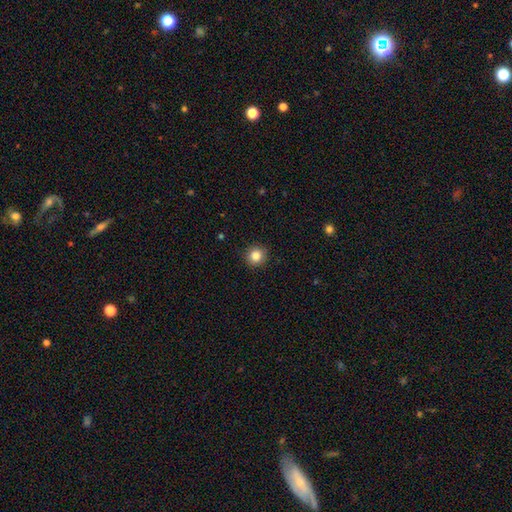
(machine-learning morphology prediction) smooth 83%, star or artifact 11%, featured or disk 6%. Down the decision tree: how rounded — round (93%); merging — none (92%).